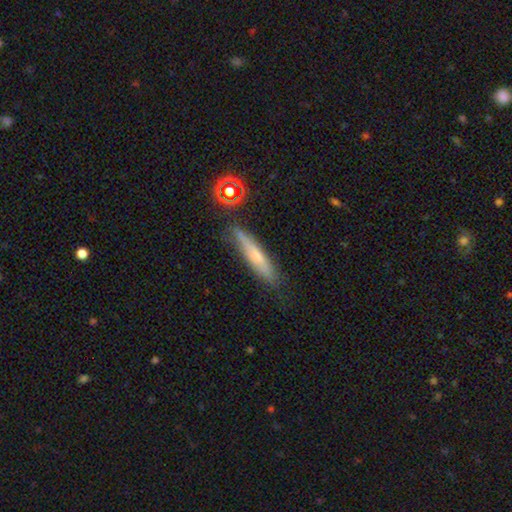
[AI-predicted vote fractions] Q: Smooth or featured?
A: smooth (61%); runner-up: featured or disk (30%)
Q: How rounded?
A: cigar-shaped (88%); runner-up: in between (10%)
Q: Merging?
A: none (75%); runner-up: minor disturbance (17%)